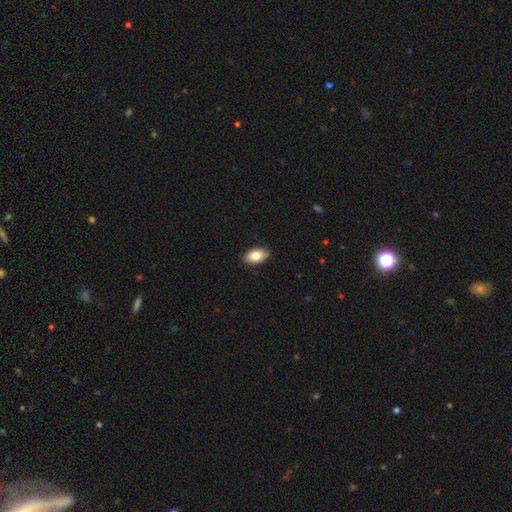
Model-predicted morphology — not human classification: Smooth or featured: smooth — 84% (featured or disk — 9%)
How rounded: in between — 93% (round — 5%)
Merging: none — 89% (minor disturbance — 8%)